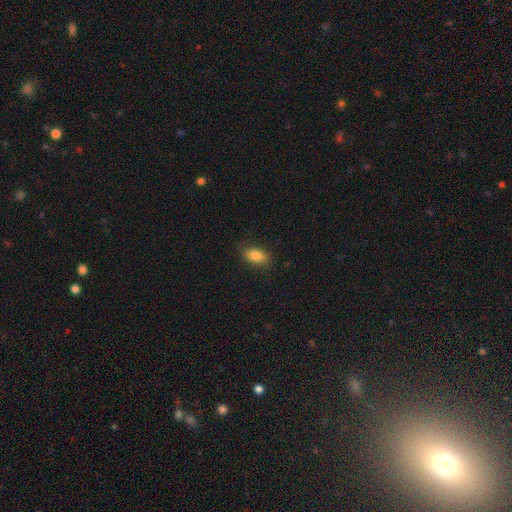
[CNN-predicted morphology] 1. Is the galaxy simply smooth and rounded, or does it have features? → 81% smooth, 11% featured or disk, 8% star or artifact.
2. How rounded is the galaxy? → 88% in between, 7% round, 5% cigar-shaped.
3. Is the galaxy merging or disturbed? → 81% none, 14% minor disturbance, 3% major disturbance, 1% merger.